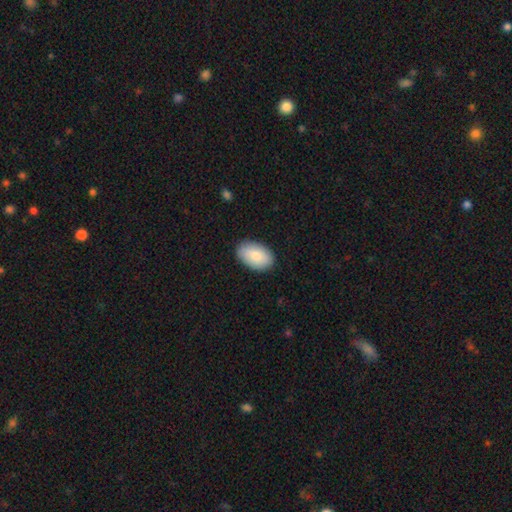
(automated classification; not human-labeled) smooth_or_featured: smooth (p=0.86) [alt: featured or disk p=0.09]
how_rounded: in between (p=0.94) [alt: round p=0.05]
merging: none (p=0.87) [alt: minor disturbance p=0.10]